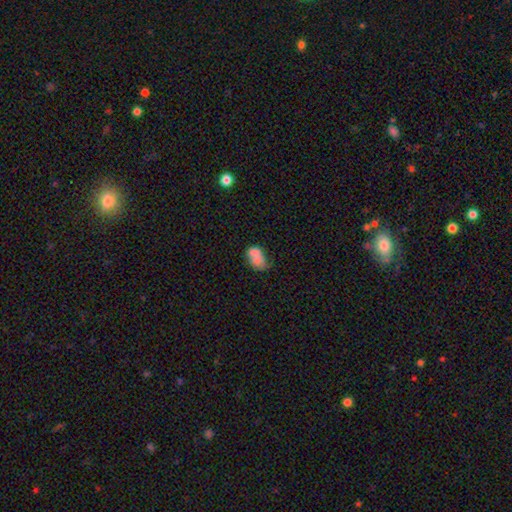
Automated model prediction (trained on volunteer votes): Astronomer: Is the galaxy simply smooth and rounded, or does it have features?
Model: smooth — 69%.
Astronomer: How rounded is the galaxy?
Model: in between — 79%.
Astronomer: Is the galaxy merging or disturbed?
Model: merger — 44% (runner-up: none, 24%).